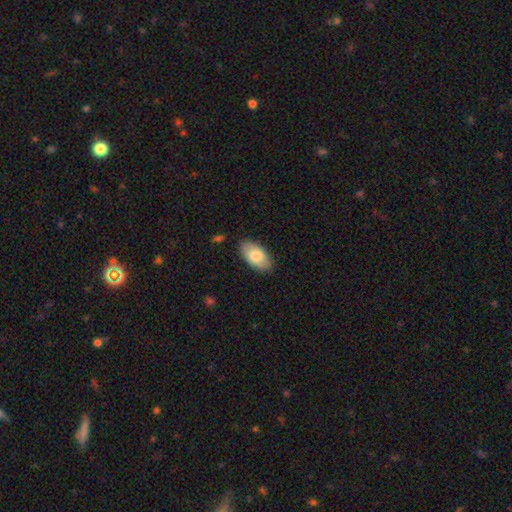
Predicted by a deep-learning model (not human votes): Q: Smooth or featured?
A: smooth (79%); runner-up: featured or disk (16%)
Q: How rounded?
A: in between (95%); runner-up: round (3%)
Q: Merging?
A: none (85%); runner-up: minor disturbance (11%)